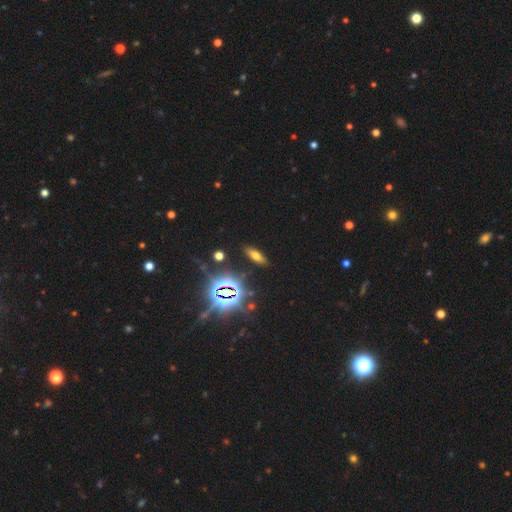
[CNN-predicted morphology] Smooth or featured: smooth — 50% (star or artifact — 35%)
Merging: none — 88% (minor disturbance — 8%)